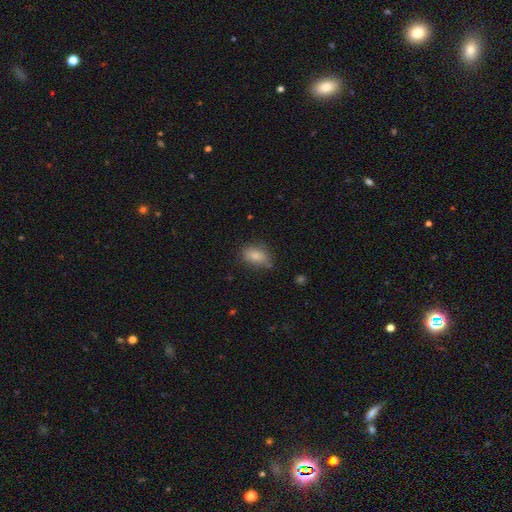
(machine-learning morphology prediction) smooth_or_featured: smooth (p=0.84) [alt: star or artifact p=0.08]
how_rounded: in between (p=0.84) [alt: round p=0.14]
merging: none (p=0.71) [alt: minor disturbance p=0.20]